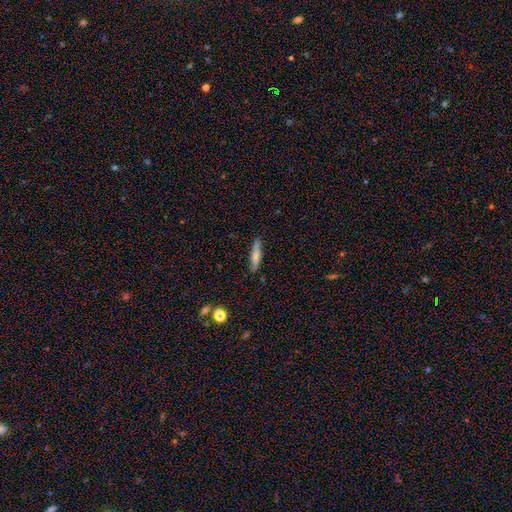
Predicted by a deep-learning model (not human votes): The model was most divided on "smooth or featured": smooth: 68%, featured or disk: 25%, star or artifact: 7%. More confident: how rounded — cigar-shaped (84%); merging — none (81%).